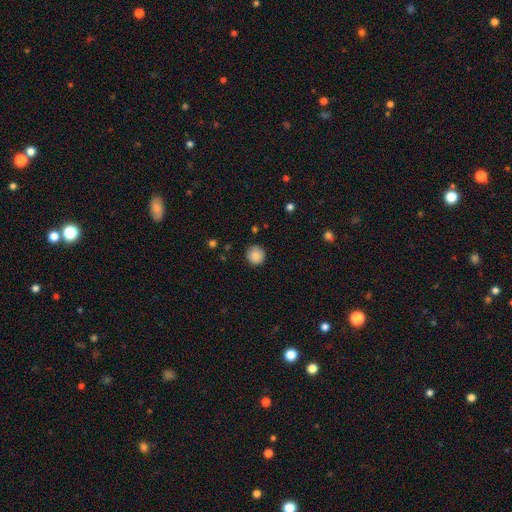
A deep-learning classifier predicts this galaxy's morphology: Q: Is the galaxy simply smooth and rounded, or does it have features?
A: smooth — 86%.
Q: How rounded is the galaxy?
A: round — 93%.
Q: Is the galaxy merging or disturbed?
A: none — 86%.